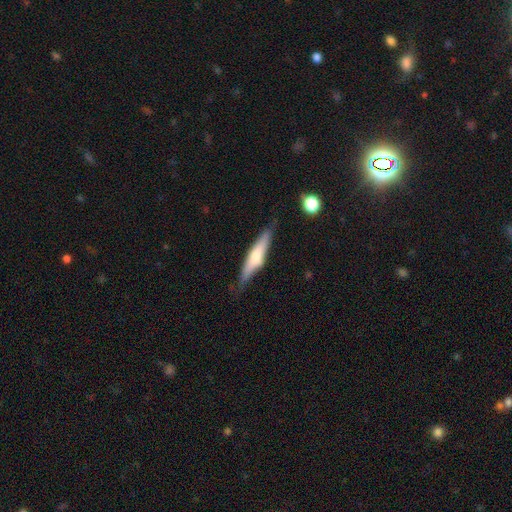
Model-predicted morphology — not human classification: Smooth or featured?
  - smooth: 51% *
  - featured or disk: 43%
  - star or artifact: 6%
How rounded?
  - cigar-shaped: 79% *
  - in between: 19%
  - round: 2%
Merging?
  - none: 75% *
  - minor disturbance: 19%
  - major disturbance: 4%
  - merger: 2%